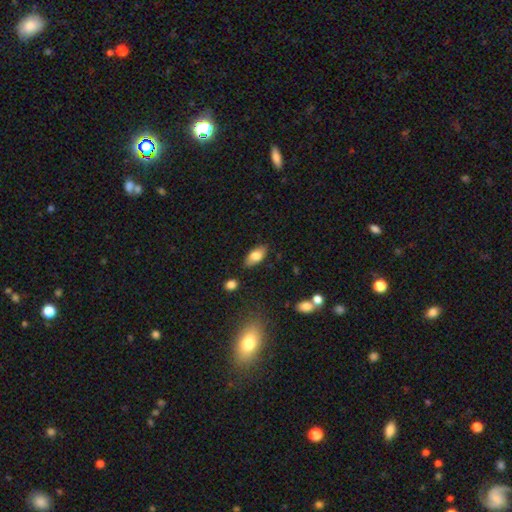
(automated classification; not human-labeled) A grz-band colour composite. It shows a smooth galaxy with no disk features (77%) that is in between round and cigar-shaped (90%). Merging: none (83%).